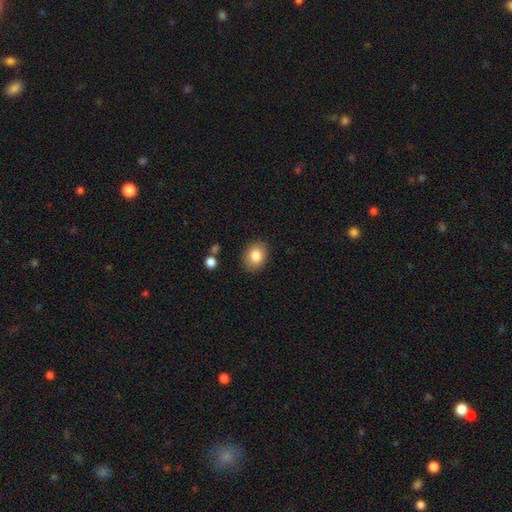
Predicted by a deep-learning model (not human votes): Smooth or featured: smooth — 83% (star or artifact — 9%)
How rounded: in between — 51% (round — 49%)
Merging: none — 87% (minor disturbance — 9%)